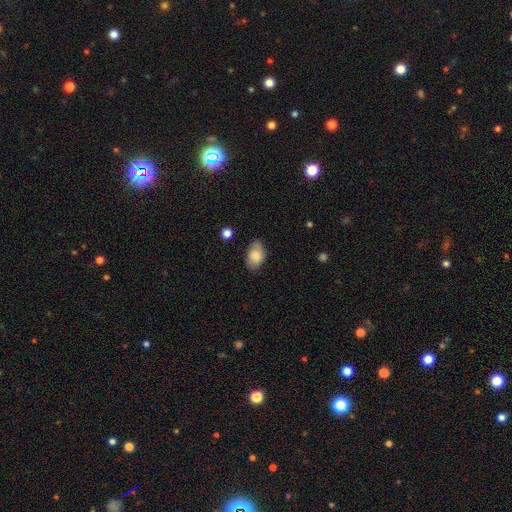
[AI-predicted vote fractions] smooth_or_featured: smooth (p=0.84) [alt: featured or disk p=0.09]
how_rounded: in between (p=0.91) [alt: round p=0.08]
merging: none (p=0.76) [alt: minor disturbance p=0.19]